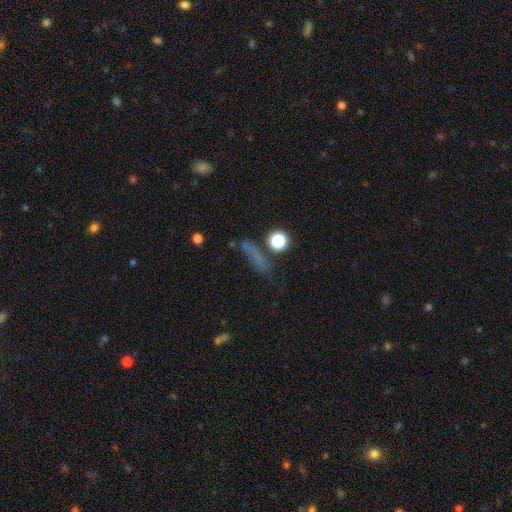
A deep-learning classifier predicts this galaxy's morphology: smooth_or_featured: smooth (p=0.55) [alt: star or artifact p=0.27]
how_rounded: cigar-shaped (p=0.53) [alt: round p=0.24]
merging: none (p=0.60) [alt: minor disturbance p=0.18]